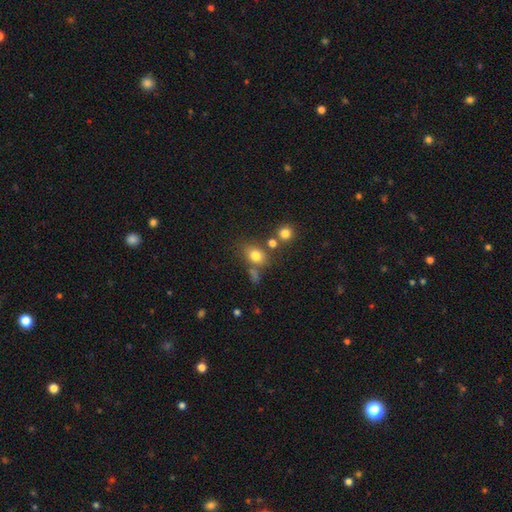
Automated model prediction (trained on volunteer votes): This appears to be a smooth galaxy with no disk features (77%) that is in between round and cigar-shaped (58%). Merging: none (60%).